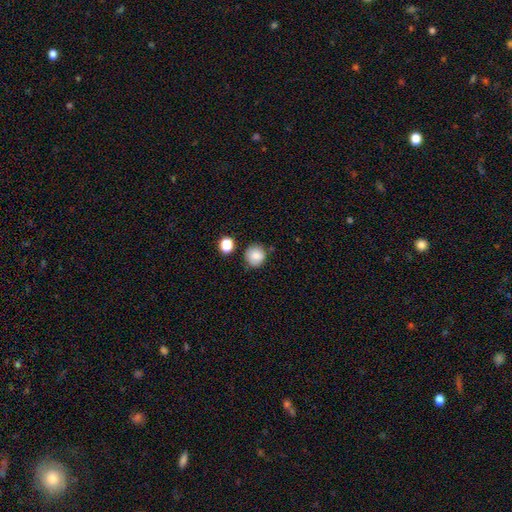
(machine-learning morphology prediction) Smooth or featured? Predicted: smooth (p=0.85). How rounded? Predicted: round (p=0.91). Merging? Predicted: none (p=0.80).